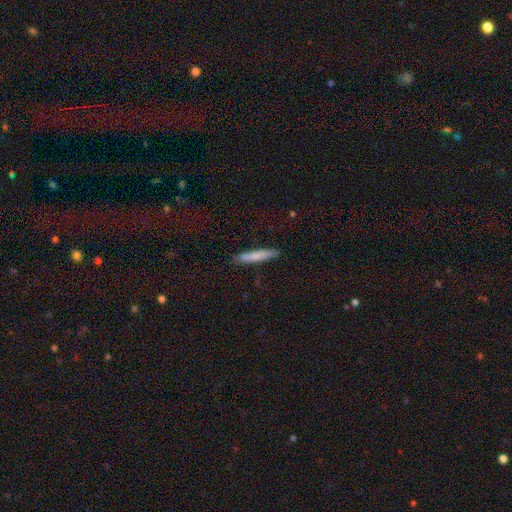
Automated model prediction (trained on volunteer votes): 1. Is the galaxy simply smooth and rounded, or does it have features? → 73% smooth, 21% featured or disk, 6% star or artifact.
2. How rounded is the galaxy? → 94% cigar-shaped, 5% in between, 1% round.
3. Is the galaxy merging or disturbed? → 85% none, 11% minor disturbance, 2% major disturbance, 2% merger.